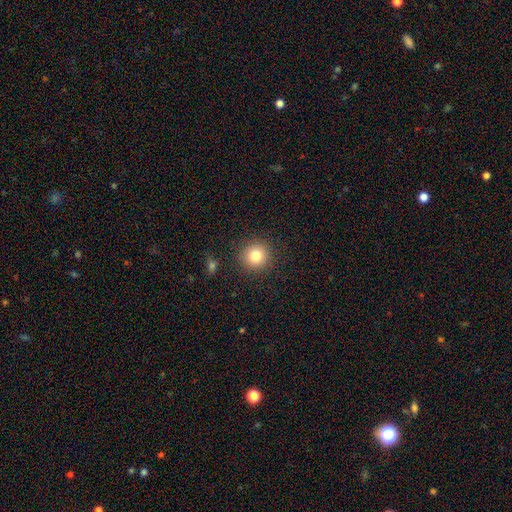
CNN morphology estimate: Smooth or featured: smooth — 81% (star or artifact — 11%)
How rounded: round — 93% (in between — 6%)
Merging: none — 90% (minor disturbance — 6%)